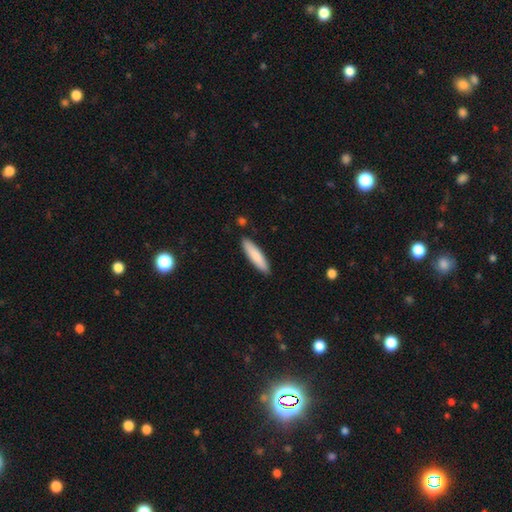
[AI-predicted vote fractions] smooth 82%, featured or disk 12%, star or artifact 5%. Down the decision tree: how rounded — cigar-shaped (78%); merging — none (88%).